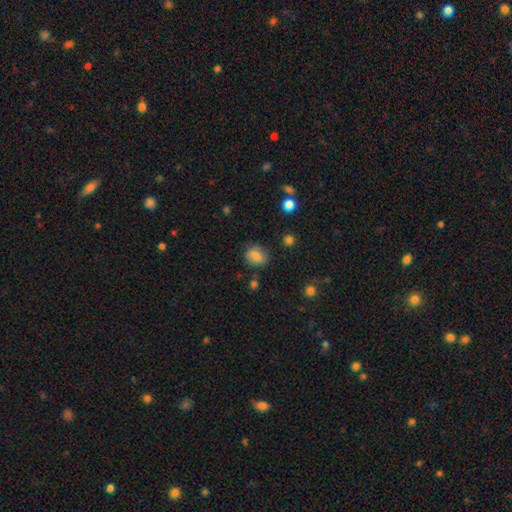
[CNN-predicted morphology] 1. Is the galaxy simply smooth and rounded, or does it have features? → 80% smooth, 10% featured or disk, 10% star or artifact.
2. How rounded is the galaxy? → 55% round, 44% in between, 1% cigar-shaped.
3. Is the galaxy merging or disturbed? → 78% none, 15% minor disturbance, 4% major disturbance, 2% merger.